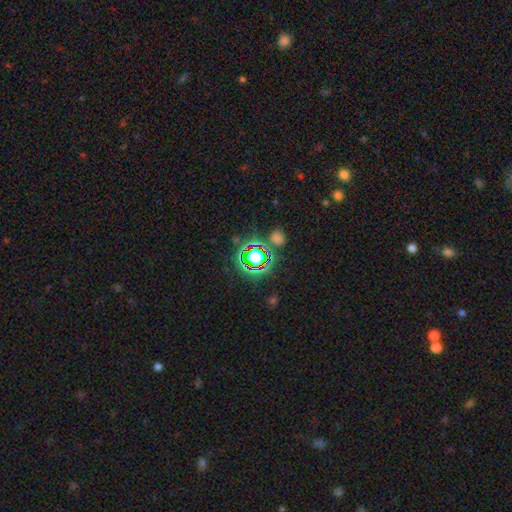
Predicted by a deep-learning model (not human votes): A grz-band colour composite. It shows a star or artifact, not a galaxy (65%).